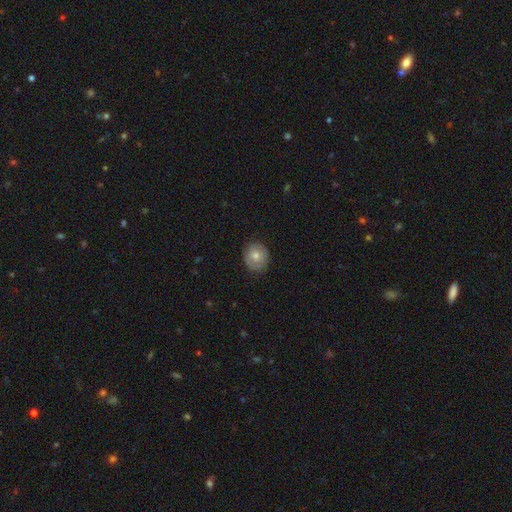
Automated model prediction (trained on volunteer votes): Smooth or featured?
  - smooth: 64% *
  - featured or disk: 27%
  - star or artifact: 9%
How rounded?
  - round: 83% *
  - in between: 16%
  - cigar-shaped: 1%
Merging?
  - none: 84% *
  - minor disturbance: 12%
  - major disturbance: 3%
  - merger: 1%